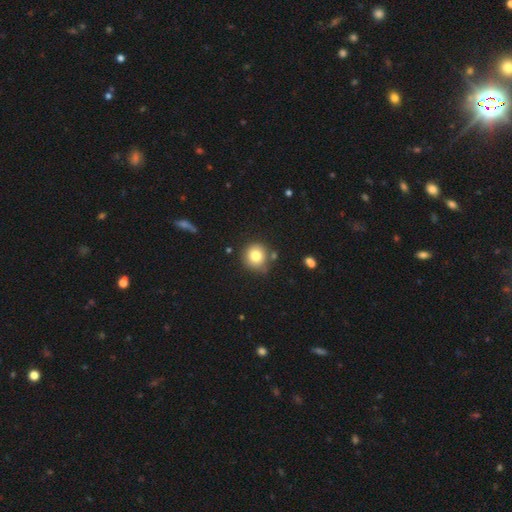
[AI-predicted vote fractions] A smooth galaxy with no disk features (80%) that is round (92%).

Vote fractions:
- Smooth or featured? smooth: 80% / star or artifact: 11% / featured or disk: 9%
- How rounded? round: 92% / in between: 7% / cigar-shaped: 1%
- Merging? none: 78% / minor disturbance: 13% / merger: 6% / major disturbance: 3%